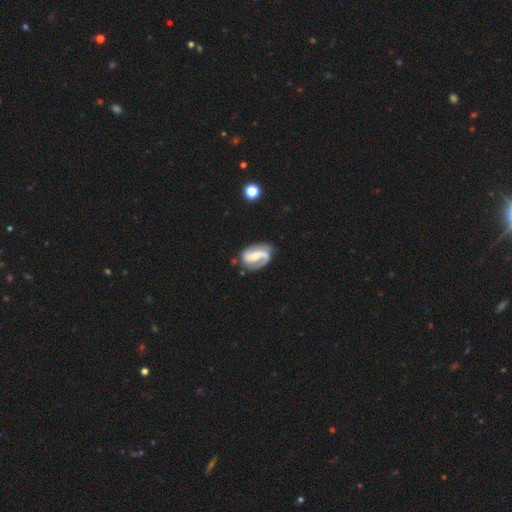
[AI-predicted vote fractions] smooth_or_featured: featured or disk (p=0.86) [alt: smooth p=0.09]
disk_edge_on: no (p=0.98) [alt: yes p=0.02]
bar: weak (p=0.39) [alt: no p=0.31]
has_spiral_arms: yes (p=0.96) [alt: no p=0.04]
spiral_winding: medium (p=0.47) [alt: loose p=0.30]
spiral_arm_count: 2 (p=0.80) [alt: 1 p=0.14]
bulge_size: moderate (p=0.45) [tied with: small p=0.45]
merging: none (p=0.73) [alt: minor disturbance p=0.17]